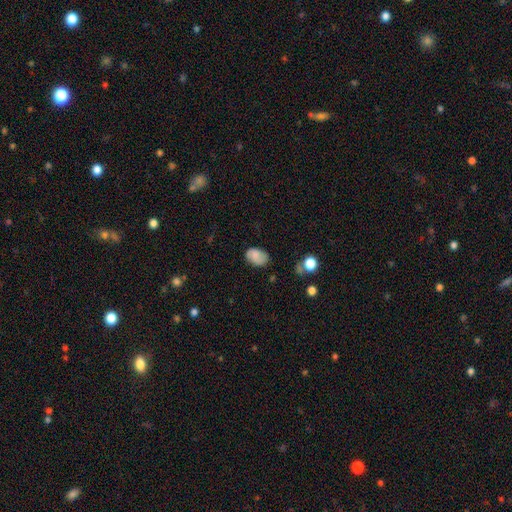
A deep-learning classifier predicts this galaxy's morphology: Smooth or featured? Predicted: smooth (p=0.78). How rounded? Predicted: in between (p=0.85). Merging? Predicted: none (p=0.71).